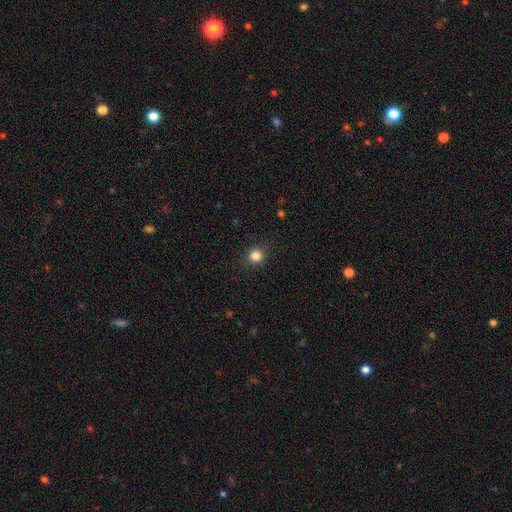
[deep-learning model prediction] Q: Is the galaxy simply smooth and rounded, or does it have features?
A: smooth — 84%.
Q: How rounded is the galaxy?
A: round — 90%.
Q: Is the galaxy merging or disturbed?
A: none — 90%.